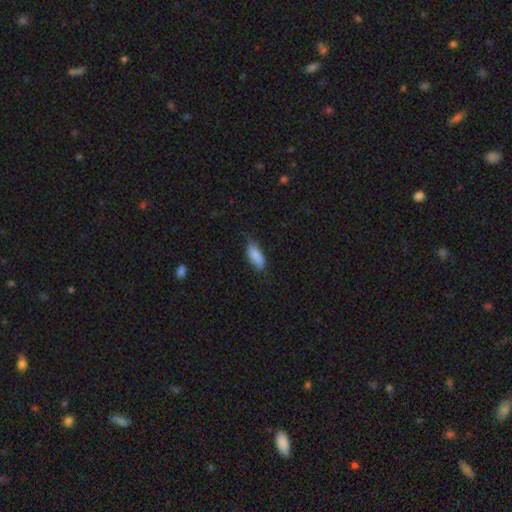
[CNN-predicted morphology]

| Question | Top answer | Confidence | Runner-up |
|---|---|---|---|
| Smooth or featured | smooth | 86% | featured or disk (8%) |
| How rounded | in between | 80% | cigar-shaped (18%) |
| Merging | none | 72% | minor disturbance (23%) |